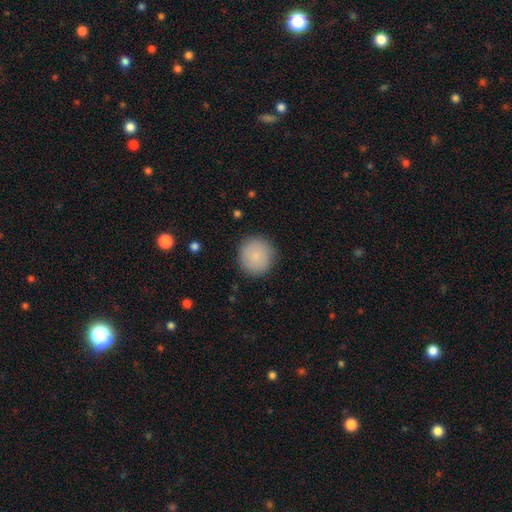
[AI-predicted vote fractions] Smooth or featured? smooth (86%)
How rounded? round (94%)
Merging? none (89%)